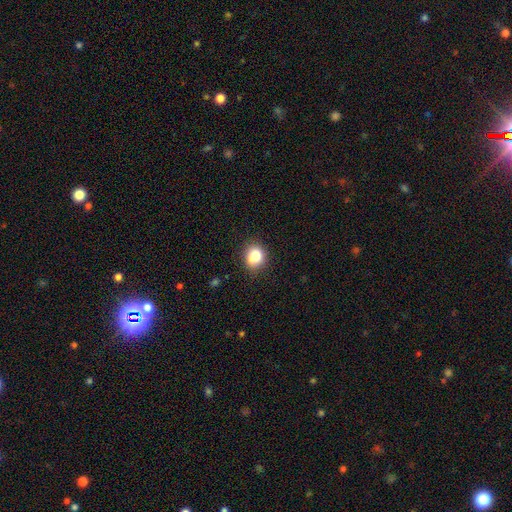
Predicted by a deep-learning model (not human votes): Smooth or featured? smooth (80%)
How rounded? round (68%)
Merging? none (74%)